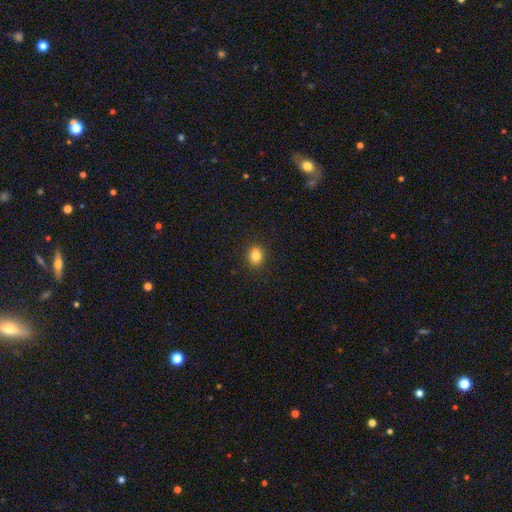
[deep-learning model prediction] The model was most divided on "how rounded": round: 69%, in between: 30%, cigar-shaped: 1%. More confident: smooth or featured — smooth (80%); merging — none (76%).